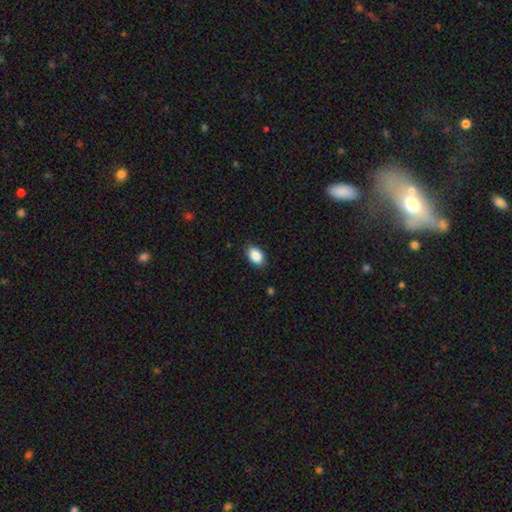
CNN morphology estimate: smooth-or-featured: smooth: 89% | star or artifact: 7% | featured or disk: 4%
  how-rounded: in between: 89% | round: 10% | cigar-shaped: 1%
  merging: none: 86% | minor disturbance: 11% | major disturbance: 2% | merger: 1%